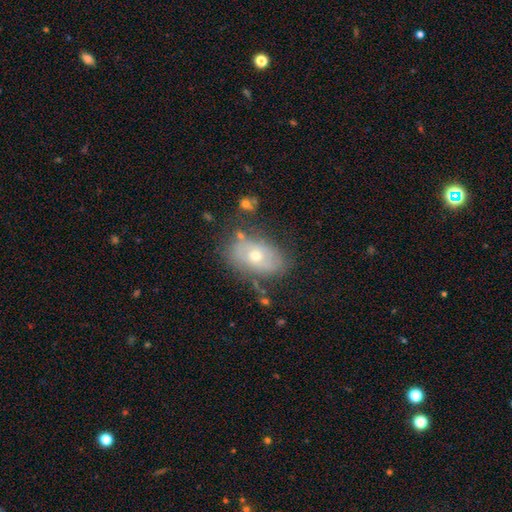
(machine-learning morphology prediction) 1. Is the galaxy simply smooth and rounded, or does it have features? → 48% smooth, 42% featured or disk, 10% star or artifact.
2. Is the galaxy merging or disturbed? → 65% none, 22% minor disturbance, 9% major disturbance, 5% merger.